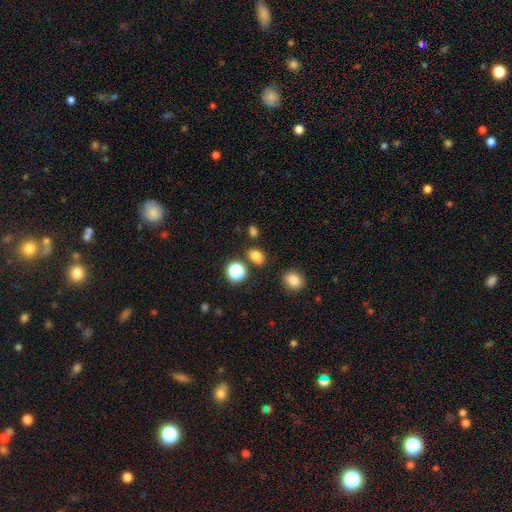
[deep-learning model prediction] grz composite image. It shows a smooth galaxy with no disk features (76%) that is in between round and cigar-shaped (59%). Merging: none (79%).